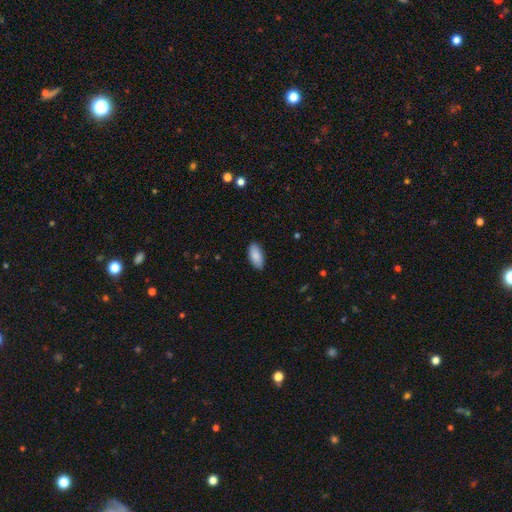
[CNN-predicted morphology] A smooth galaxy with no disk features (89%) that is in between round and cigar-shaped (91%). Merging: none (89%).